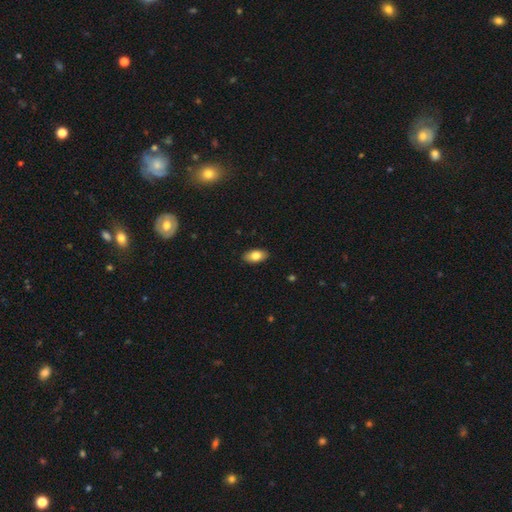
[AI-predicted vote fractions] Overall: smooth (81%). How rounded: in between (92%). Merging: none (89%).